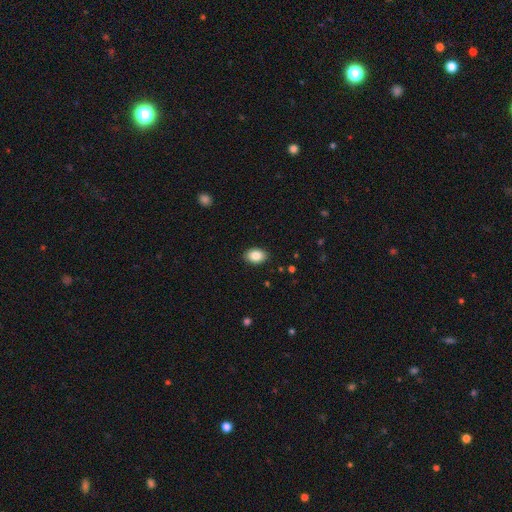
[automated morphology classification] The model was most divided on "how rounded": in between: 82%, round: 16%, cigar-shaped: 1%. More confident: merging — none (89%); smooth or featured — smooth (86%).